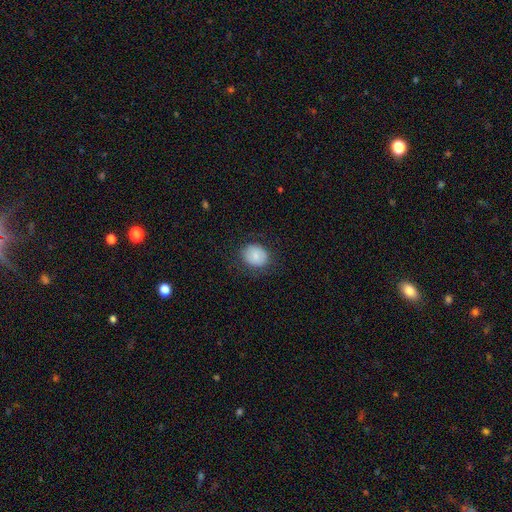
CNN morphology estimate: This appears to be a smooth galaxy with no disk features (83%) that is round (66%). Merging: none (80%).